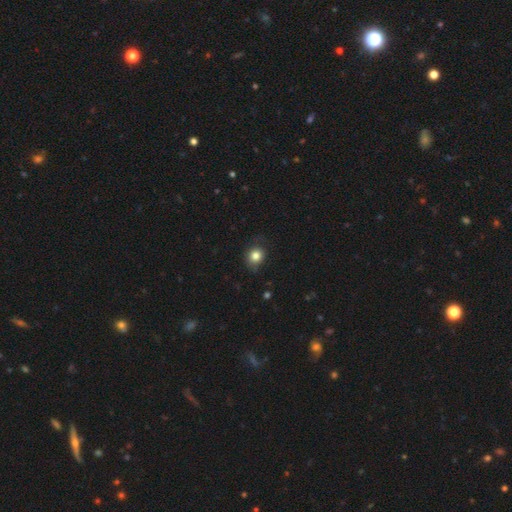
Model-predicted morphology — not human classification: This is clearly a smooth galaxy (83%). How rounded: likely round (77%). Merging: likely none (77%).